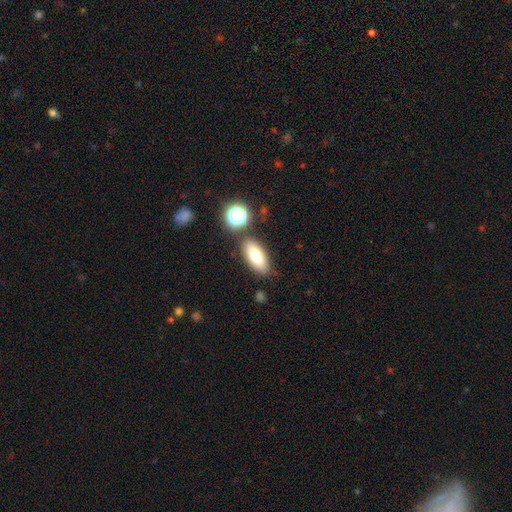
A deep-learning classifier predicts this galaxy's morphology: A smooth galaxy with no disk features (81%) that is in between round and cigar-shaped (83%).

Vote fractions:
- Smooth or featured? smooth: 81% / featured or disk: 10% / star or artifact: 9%
- How rounded? in between: 83% / cigar-shaped: 14% / round: 4%
- Merging? none: 79% / minor disturbance: 11% / merger: 6% / major disturbance: 3%